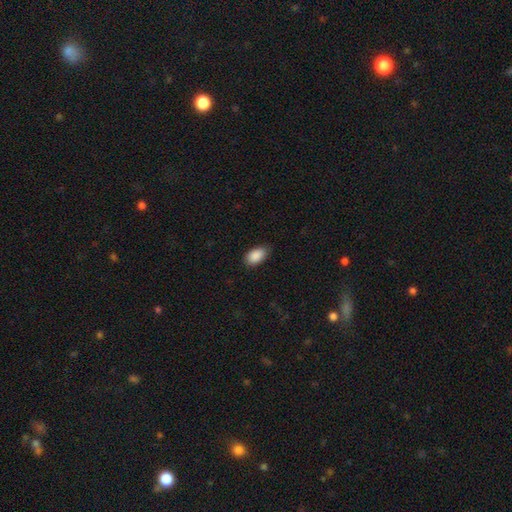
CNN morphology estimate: Smooth or featured? Predicted: smooth (p=0.90). How rounded? Predicted: in between (p=0.92). Merging? Predicted: none (p=0.81).